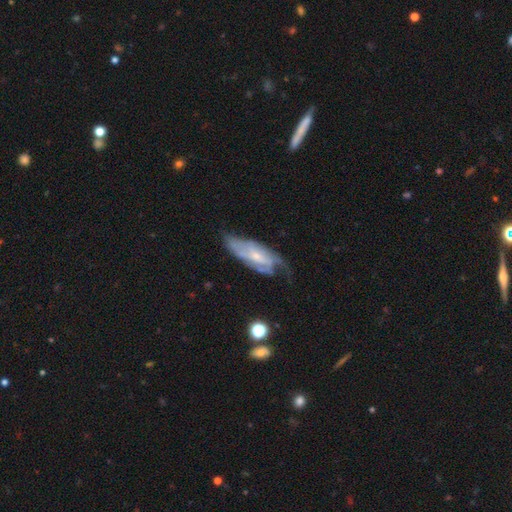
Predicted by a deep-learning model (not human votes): Smooth or featured: featured or disk — 68% (smooth — 25%)
Edge-on disk: no — 85% (yes — 15%)
Bar: no — 50% (weak — 37%)
Spiral arms: yes — 82% (no — 18%)
Bulge size: small — 62% (moderate — 29%)
Merging: none — 45% (minor disturbance — 30%)